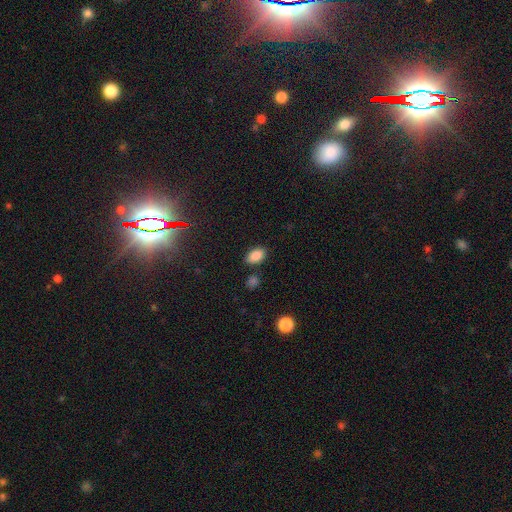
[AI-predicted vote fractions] smooth 86%, star or artifact 9%, featured or disk 5%. Down the decision tree: how rounded — in between (90%); merging — none (81%).